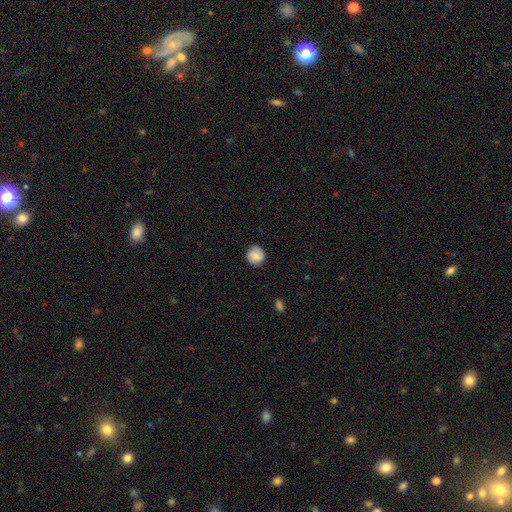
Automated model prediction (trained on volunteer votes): Smooth or featured: smooth — 79% (featured or disk — 13%)
How rounded: round — 90% (in between — 9%)
Merging: none — 84% (minor disturbance — 12%)